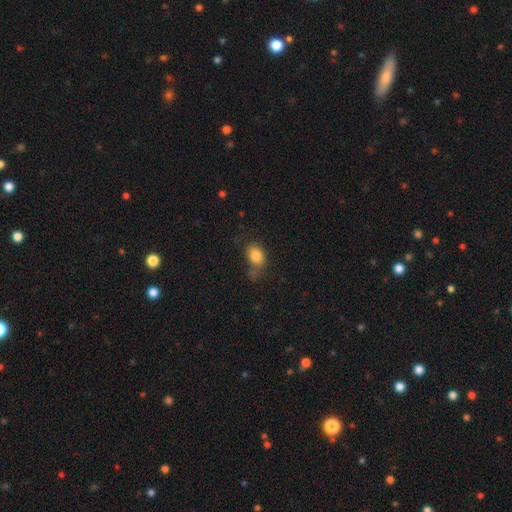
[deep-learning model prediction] Overall: smooth (83%). How rounded: in between (74%). Merging: none (58%; minor disturbance 24%).